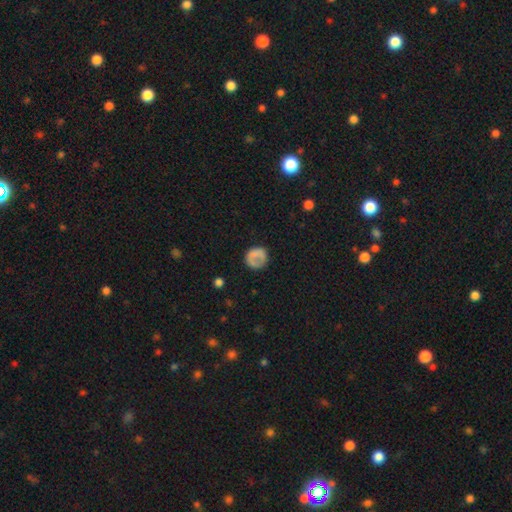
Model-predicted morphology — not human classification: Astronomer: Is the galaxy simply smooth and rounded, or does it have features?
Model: smooth — 71%.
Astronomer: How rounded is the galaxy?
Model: round — 84%.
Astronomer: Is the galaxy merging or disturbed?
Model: none — 69%.